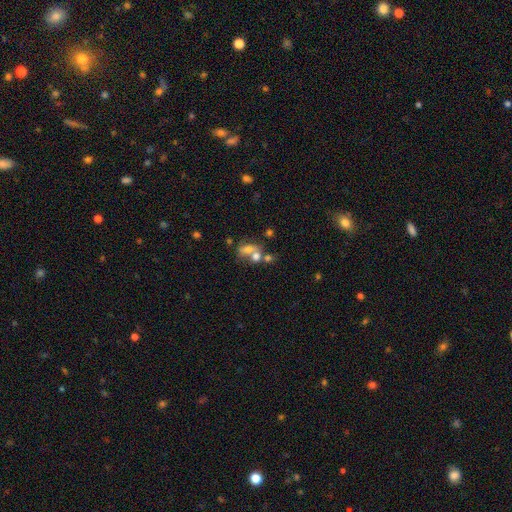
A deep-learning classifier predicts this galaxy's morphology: The model was most divided on "how rounded": in between: 58%, round: 38%, cigar-shaped: 4%. More confident: smooth or featured — smooth (59%); merging — merger (53%).